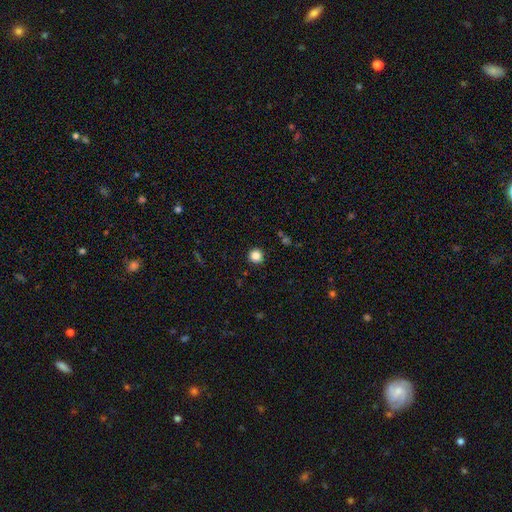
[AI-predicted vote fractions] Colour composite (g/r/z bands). It shows a smooth galaxy with no disk features (85%) that is round (95%). Merging: none (93%).